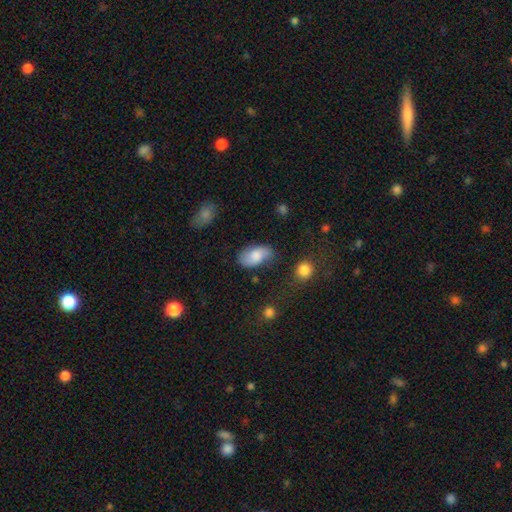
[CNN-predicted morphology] Overall: smooth (76%). How rounded: in between (93%). Merging: none (65%).